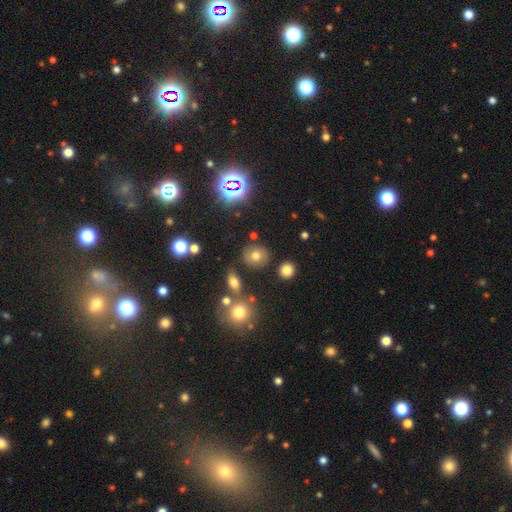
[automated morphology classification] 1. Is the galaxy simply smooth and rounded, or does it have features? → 69% smooth, 18% star or artifact, 13% featured or disk.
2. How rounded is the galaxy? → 80% round, 18% in between, 1% cigar-shaped.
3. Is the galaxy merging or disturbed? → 81% none, 11% minor disturbance, 5% merger, 4% major disturbance.